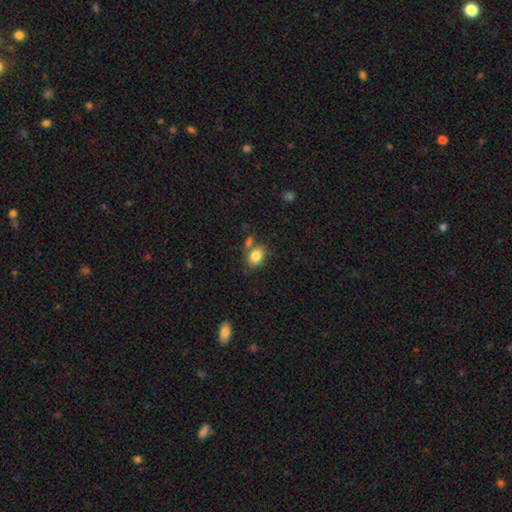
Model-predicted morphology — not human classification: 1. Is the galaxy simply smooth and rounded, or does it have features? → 83% smooth, 9% star or artifact, 8% featured or disk.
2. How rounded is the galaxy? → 69% in between, 30% round, 1% cigar-shaped.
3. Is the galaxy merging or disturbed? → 63% none, 18% merger, 15% minor disturbance, 4% major disturbance.